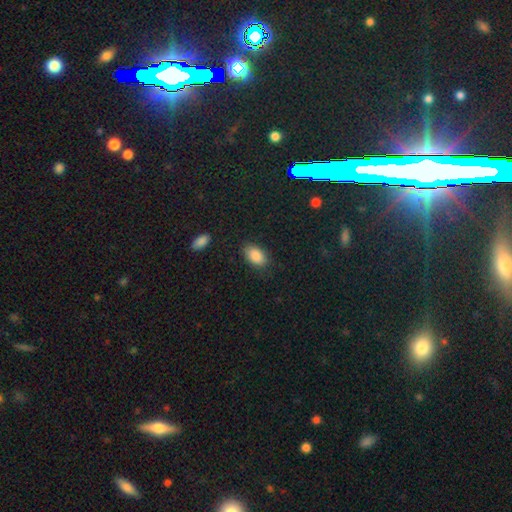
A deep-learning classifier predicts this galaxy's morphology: A smooth galaxy with no disk features (87%) that is in between round and cigar-shaped (92%).

Vote fractions:
- Smooth or featured? smooth: 87% / star or artifact: 8% / featured or disk: 6%
- How rounded? in between: 92% / round: 7% / cigar-shaped: 2%
- Merging? none: 82% / minor disturbance: 13% / major disturbance: 3% / merger: 2%